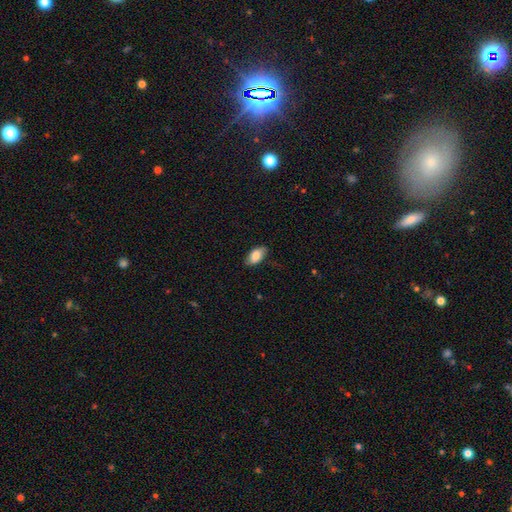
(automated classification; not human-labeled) smooth-or-featured: smooth: 84% | featured or disk: 10% | star or artifact: 6%
  how-rounded: in between: 92% | round: 4% | cigar-shaped: 4%
  merging: none: 81% | minor disturbance: 15% | major disturbance: 3% | merger: 1%